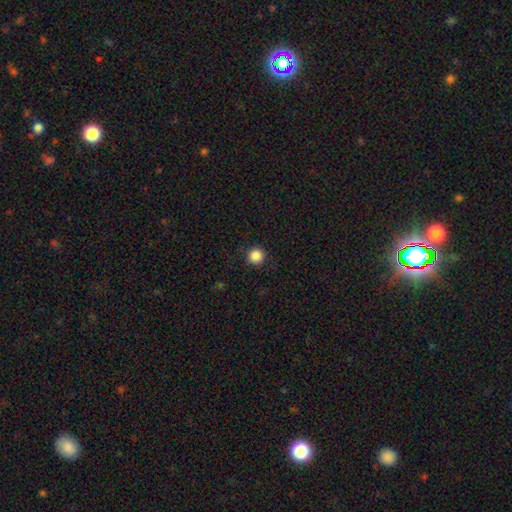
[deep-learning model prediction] smooth-or-featured: smooth: 87% | star or artifact: 10% | featured or disk: 3%
  how-rounded: round: 96% | in between: 3% | cigar-shaped: 1%
  merging: none: 91% | minor disturbance: 6% | major disturbance: 2% | merger: 1%